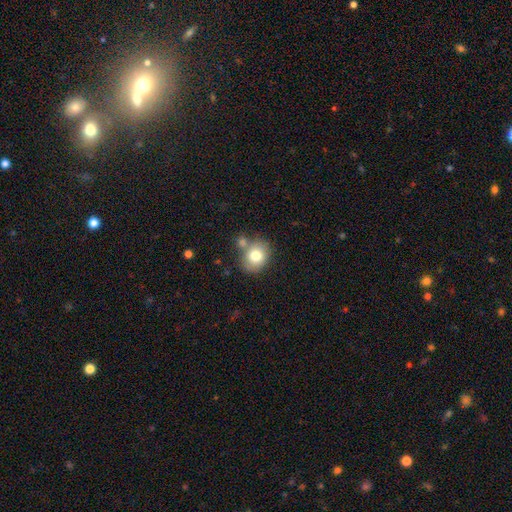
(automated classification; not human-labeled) Morphology: type=smooth (77%); roundness=round (58%); merging=none (61%).